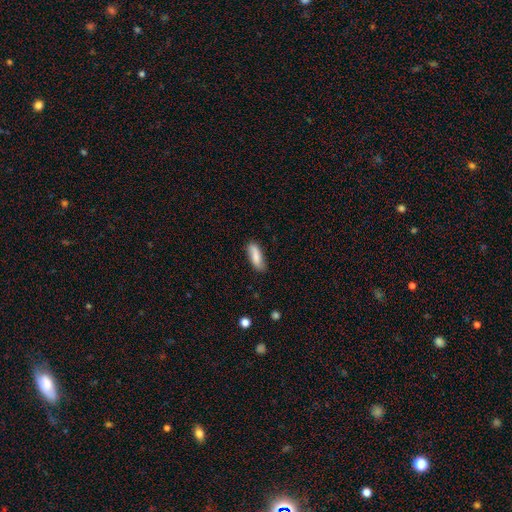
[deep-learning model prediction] Smooth or featured? Predicted: smooth (p=0.80). How rounded? Predicted: in between (p=0.61). Merging? Predicted: none (p=0.75).